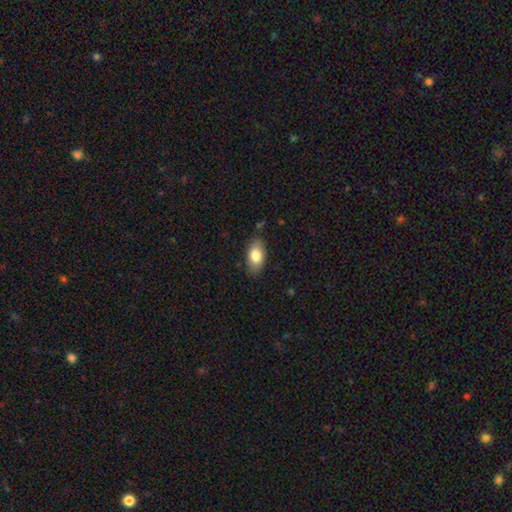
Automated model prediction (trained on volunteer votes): Smooth or featured: smooth — 81% (featured or disk — 12%)
How rounded: in between — 92% (round — 5%)
Merging: none — 83% (minor disturbance — 13%)